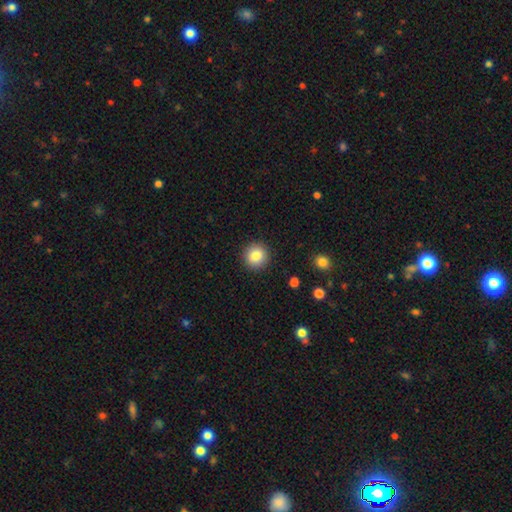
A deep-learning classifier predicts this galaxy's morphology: This appears to be a smooth galaxy with no disk features (83%) that is round (94%). Merging: none (92%).